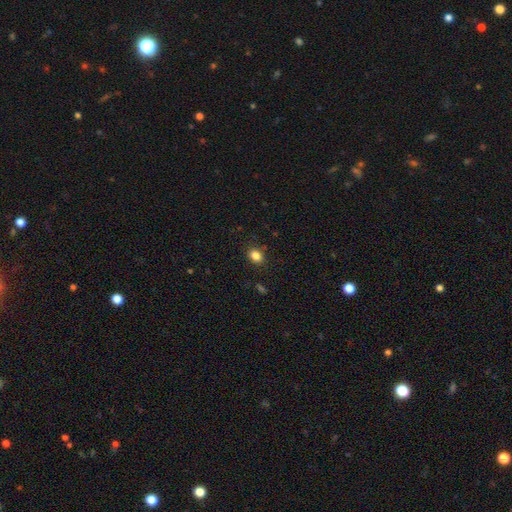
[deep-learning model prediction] Morphology: type=smooth (85%); roundness=in between (63%); merging=none (85%).